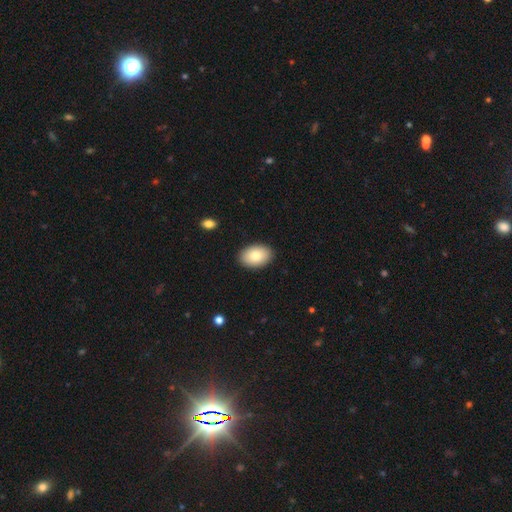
Smooth or featured? 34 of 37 (92%) said smooth. How rounded? 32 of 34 (94%) said in between. Merging? 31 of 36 (86%) said none.